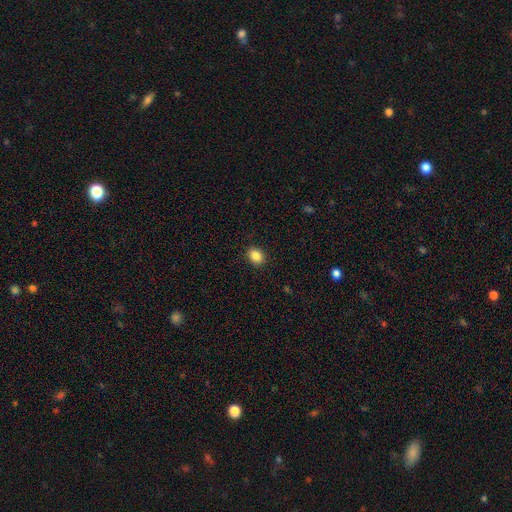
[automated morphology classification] smooth_or_featured: smooth (p=0.86) [alt: star or artifact p=0.10]
how_rounded: in between (p=0.53) [alt: round p=0.46]
merging: none (p=0.90) [alt: minor disturbance p=0.07]